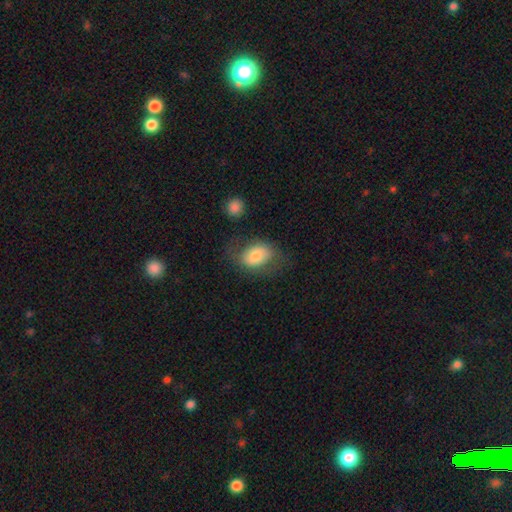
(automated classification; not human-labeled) Smooth or featured? Predicted: smooth (p=0.68). How rounded? Predicted: in between (p=0.78). Merging? Predicted: none (p=0.58).